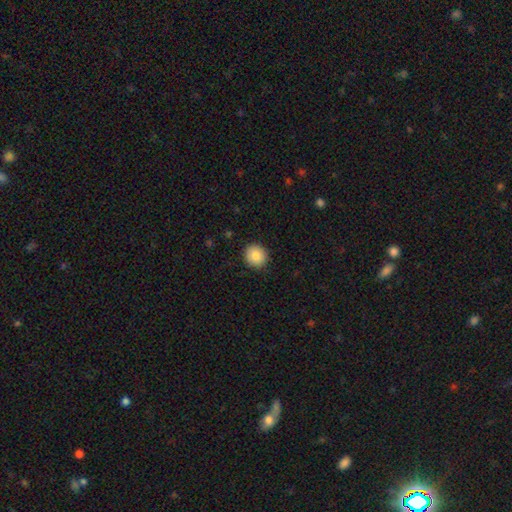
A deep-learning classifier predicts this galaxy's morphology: A smooth galaxy with no disk features (85%) that is round (93%).

Vote fractions:
- Smooth or featured? smooth: 85% / star or artifact: 8% / featured or disk: 7%
- How rounded? round: 93% / in between: 6% / cigar-shaped: 1%
- Merging? none: 91% / minor disturbance: 6% / major disturbance: 2% / merger: 1%